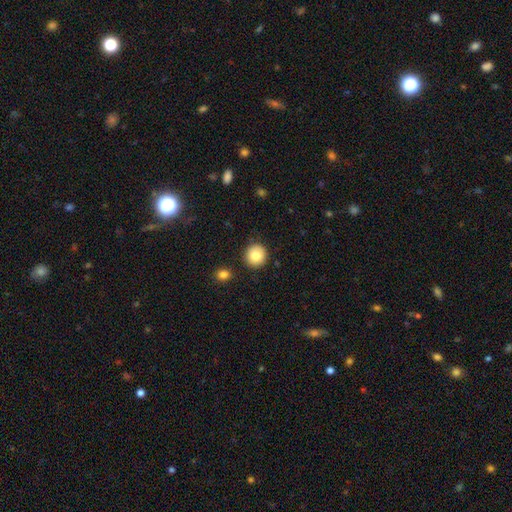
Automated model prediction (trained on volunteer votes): This appears to be a smooth galaxy with no disk features (80%) that is round (92%). Merging: none (89%).